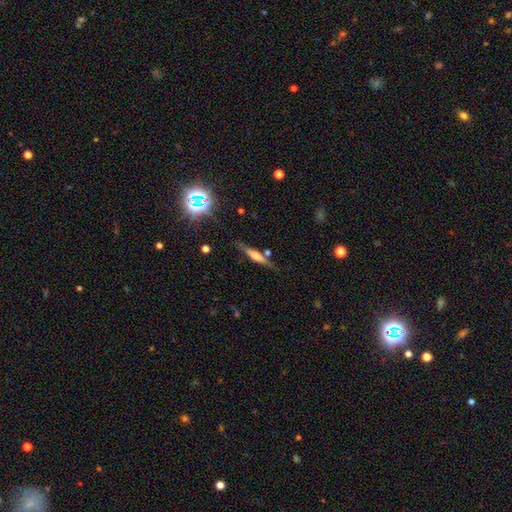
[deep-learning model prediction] Smooth or featured? Predicted: featured or disk (p=0.57). Edge-on disk? Predicted: yes (p=0.94). Edge-on bulge? Predicted: rounded (p=0.63). Merging? Predicted: none (p=0.77).